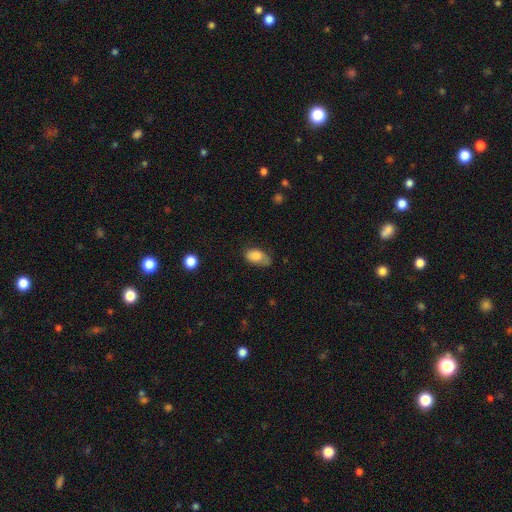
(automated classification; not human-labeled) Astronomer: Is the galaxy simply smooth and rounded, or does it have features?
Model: smooth — 81%.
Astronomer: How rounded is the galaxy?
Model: in between — 91%.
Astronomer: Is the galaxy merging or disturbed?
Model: none — 51% (runner-up: minor disturbance, 35%).